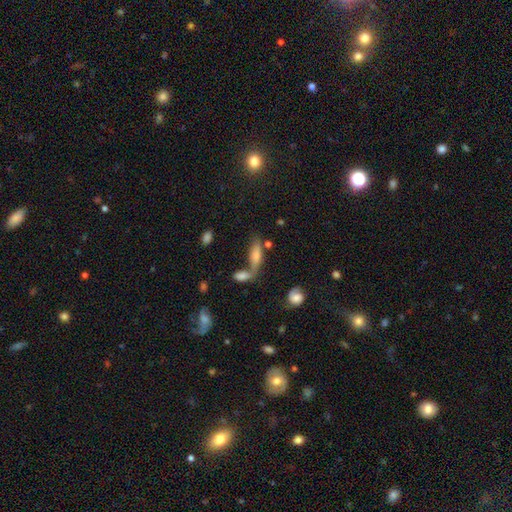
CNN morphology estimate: smooth_or_featured: smooth (p=0.54) [alt: featured or disk p=0.29]
how_rounded: in between (p=0.52) [alt: cigar-shaped p=0.42]
merging: none (p=0.40) [alt: merger p=0.37]